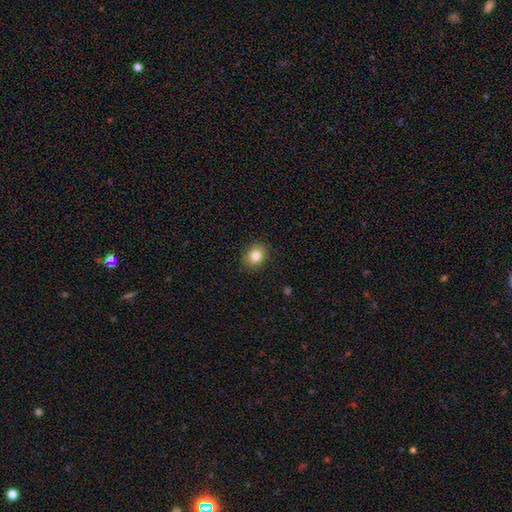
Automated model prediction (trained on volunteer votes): smooth-or-featured: smooth: 83% | star or artifact: 10% | featured or disk: 7%
  how-rounded: round: 66% | in between: 33% | cigar-shaped: 1%
  merging: none: 89% | minor disturbance: 8% | major disturbance: 2% | merger: 1%